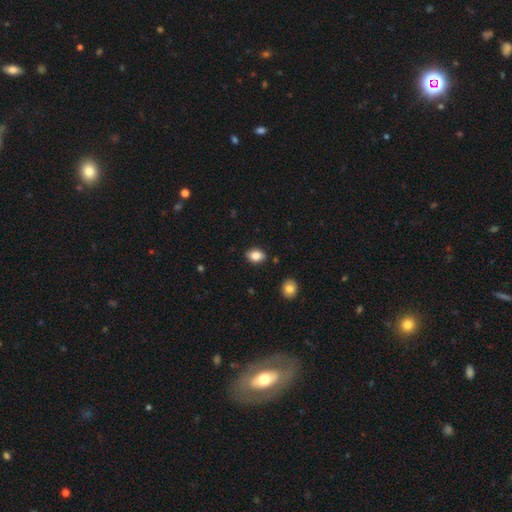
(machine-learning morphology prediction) This is clearly a smooth galaxy (85%). How rounded: likely in between (79%). Merging: clearly none (86%).